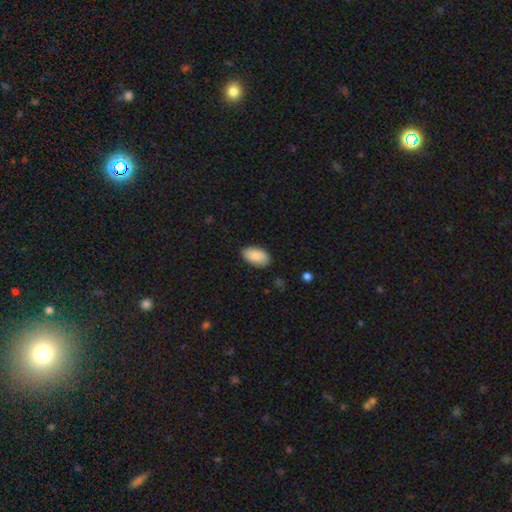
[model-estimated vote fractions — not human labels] Smooth or featured?
  - smooth: 86% *
  - featured or disk: 7%
  - star or artifact: 6%
How rounded?
  - in between: 95% *
  - round: 3%
  - cigar-shaped: 2%
Merging?
  - none: 85% *
  - minor disturbance: 12%
  - major disturbance: 2%
  - merger: 1%